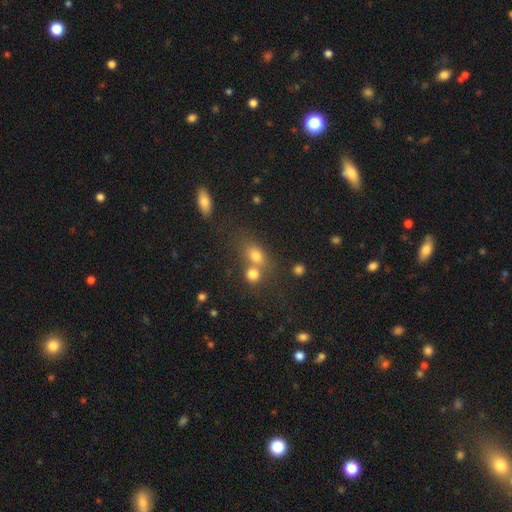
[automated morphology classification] smooth-or-featured: smooth: 75% | star or artifact: 14% | featured or disk: 11%
  how-rounded: in between: 59% | round: 37% | cigar-shaped: 4%
  merging: merger: 43% | none: 42% | minor disturbance: 10% | major disturbance: 5%